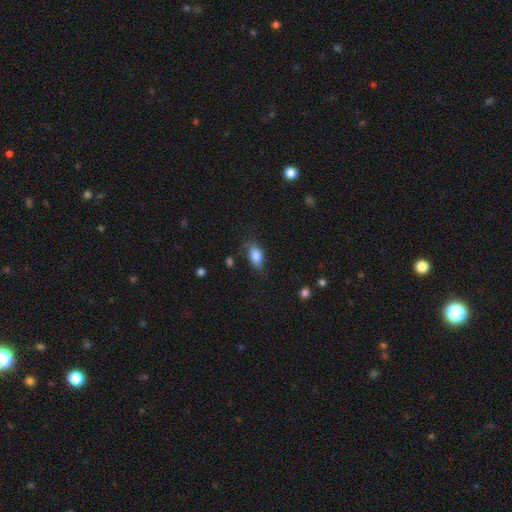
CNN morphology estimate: smooth 82%, featured or disk 10%, star or artifact 8%. Down the decision tree: how rounded — in between (87%); merging — none (63%).